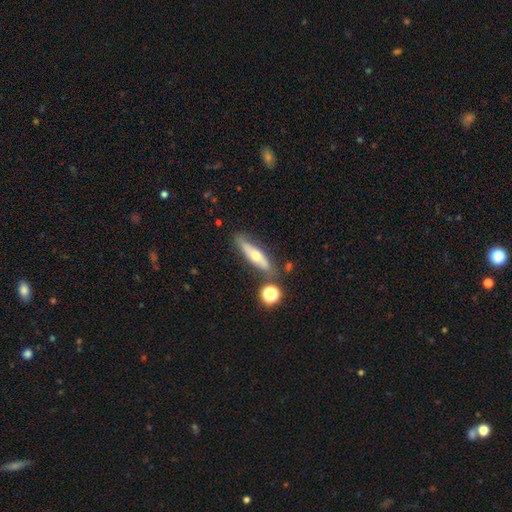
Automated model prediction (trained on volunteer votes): This is possibly a smooth galaxy (46%, tied with featured or disk). Merging: likely none (72%).